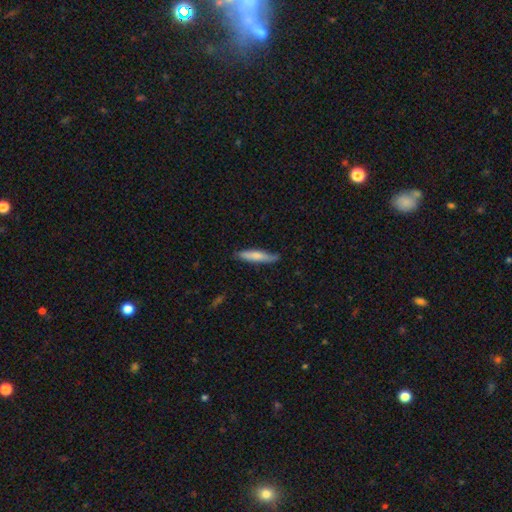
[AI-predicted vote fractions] smooth 72%, featured or disk 23%, star or artifact 5%. Down the decision tree: how rounded — cigar-shaped (87%); merging — none (77%).